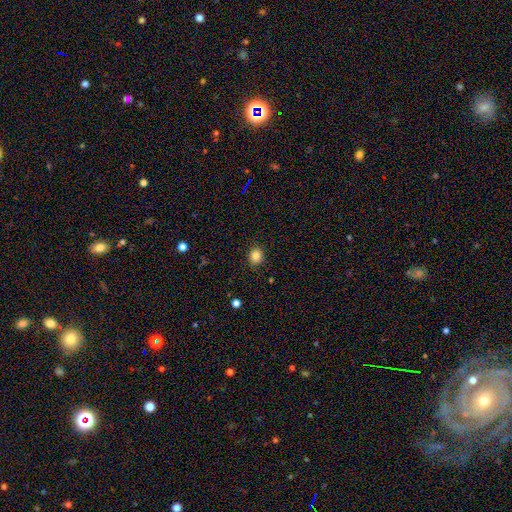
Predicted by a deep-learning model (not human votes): Q: Smooth or featured?
A: smooth (83%); runner-up: star or artifact (11%)
Q: How rounded?
A: round (73%); runner-up: in between (26%)
Q: Merging?
A: none (89%); runner-up: minor disturbance (8%)